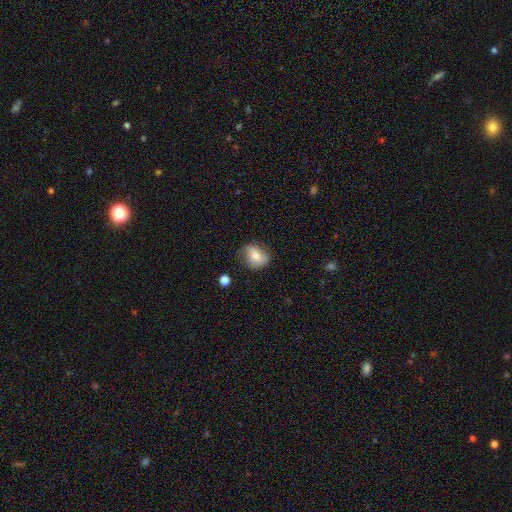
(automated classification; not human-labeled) Morphology: type=smooth (65%); roundness=round (57%); merging=none (66%).